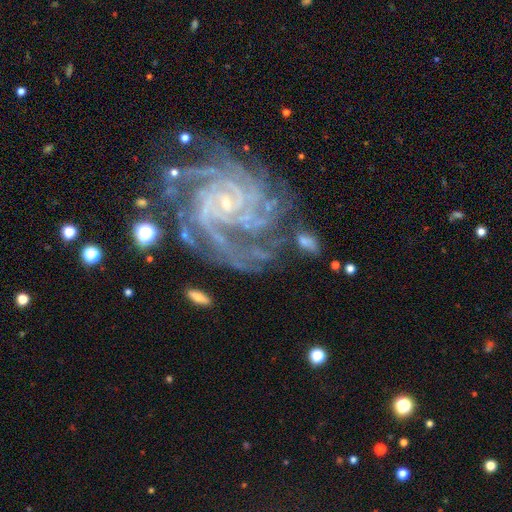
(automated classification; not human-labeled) A featured or disk galaxy (89%) with no bar (56%), 4 (29%) tight (70%) spiral arms (98%) and a small central bulge (82%).

Vote fractions:
- Smooth or featured? featured or disk: 89% / star or artifact: 6% / smooth: 4%
- Edge-on disk? no: 98% / yes: 2%
- Bar? no: 56% / weak: 30% / strong: 14%
- Spiral arms? yes: 98% / no: 2%
- Spiral winding? tight: 70% / medium: 26% / loose: 4%
- Spiral arm count? 4: 29% / more than 4: 18% / 3: 18% / can't tell: 15% / 2: 12% / 1: 8%
- Bulge size? small: 82% / moderate: 11% / none: 4% / large: 1% / dominant: 1%
- Merging? none: 59% / minor disturbance: 21% / major disturbance: 14% / merger: 6%